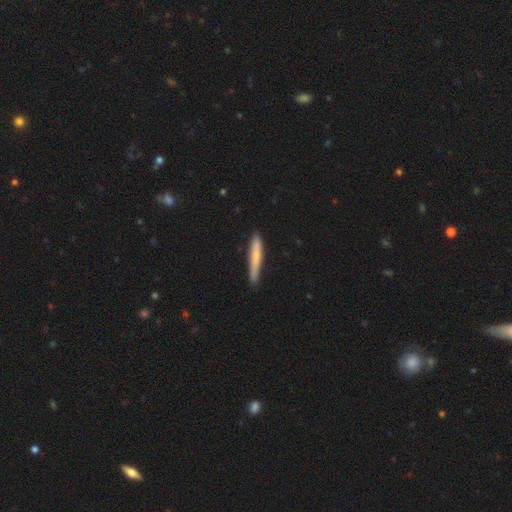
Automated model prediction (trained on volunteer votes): smooth_or_featured: smooth (p=0.73) [alt: featured or disk p=0.22]
how_rounded: cigar-shaped (p=0.95) [alt: in between p=0.03]
merging: none (p=0.83) [alt: minor disturbance p=0.13]